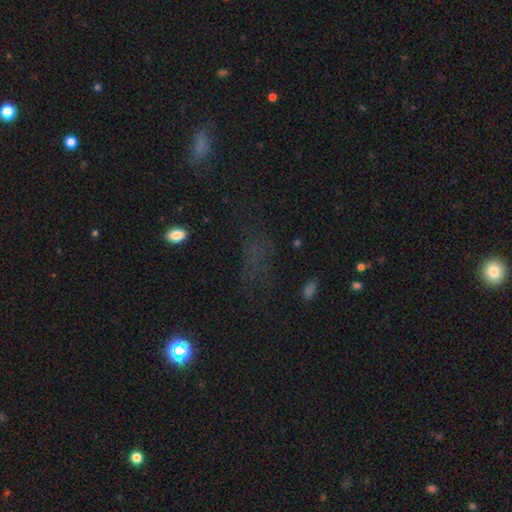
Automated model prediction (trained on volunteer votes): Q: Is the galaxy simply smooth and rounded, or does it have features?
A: star or artifact — 44%.